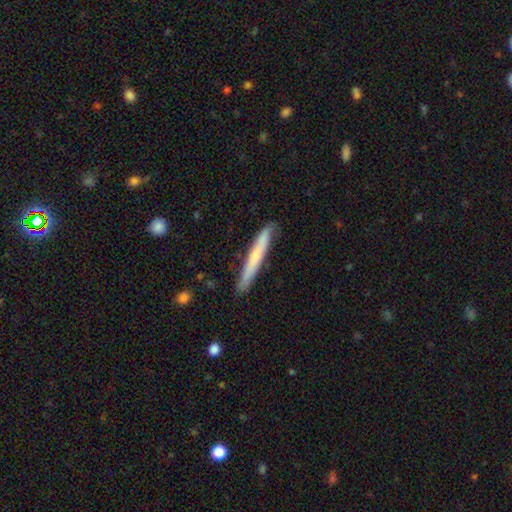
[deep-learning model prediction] smooth_or_featured: smooth (p=0.55) [alt: featured or disk p=0.39]
how_rounded: cigar-shaped (p=0.96) [alt: in between p=0.03]
merging: none (p=0.86) [alt: minor disturbance p=0.11]